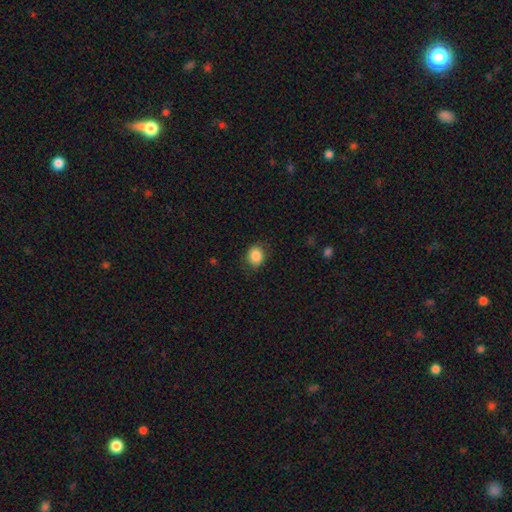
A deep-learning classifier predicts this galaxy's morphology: The model was most divided on "how rounded": round: 57%, in between: 42%, cigar-shaped: 1%. More confident: smooth or featured — smooth (87%); merging — none (83%).